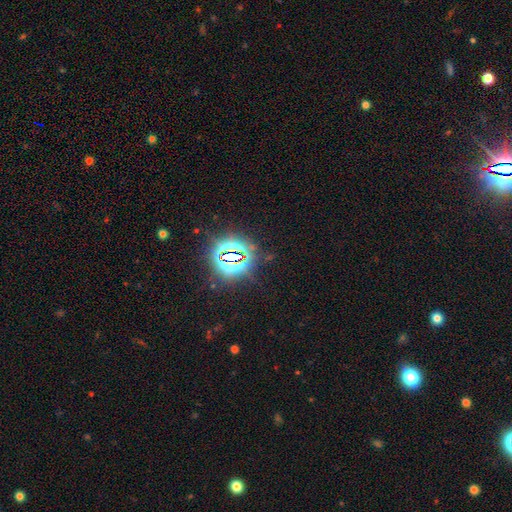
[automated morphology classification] smooth_or_featured: star or artifact (p=0.81) [alt: smooth p=0.12]